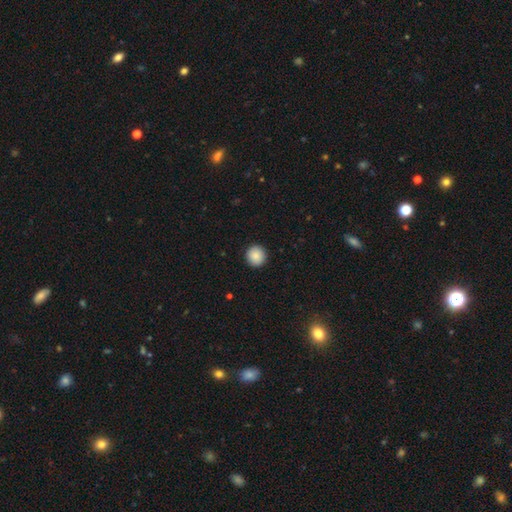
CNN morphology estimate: Smooth or featured? Predicted: smooth (p=0.87). How rounded? Predicted: round (p=0.94). Merging? Predicted: none (p=0.93).